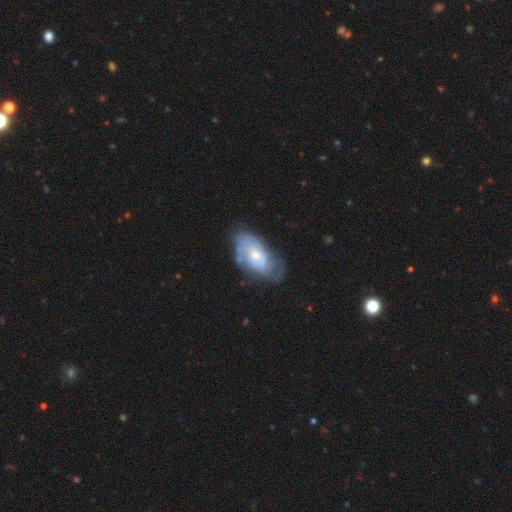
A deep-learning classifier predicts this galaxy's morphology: A featured or disk galaxy (62%) with no bar (71%), spiral arms (73%) and a small central bulge (52%).

Vote fractions:
- Smooth or featured? featured or disk: 62% / smooth: 32% / star or artifact: 6%
- Edge-on disk? no: 94% / yes: 6%
- Bar? no: 71% / weak: 25% / strong: 4%
- Spiral arms? yes: 73% / no: 27%
- Bulge size? small: 52% / moderate: 38% / large: 5% / none: 3% / dominant: 1%
- Merging? none: 51% / minor disturbance: 29% / major disturbance: 17% / merger: 4%